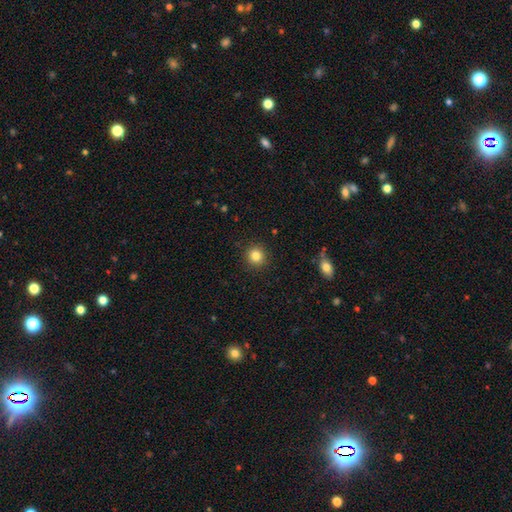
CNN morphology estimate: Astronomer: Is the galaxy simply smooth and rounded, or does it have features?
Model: smooth — 84%.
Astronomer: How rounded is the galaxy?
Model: round — 93%.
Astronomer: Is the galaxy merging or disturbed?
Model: none — 91%.